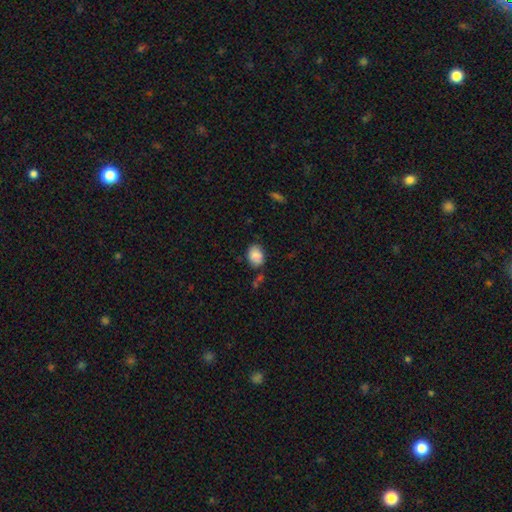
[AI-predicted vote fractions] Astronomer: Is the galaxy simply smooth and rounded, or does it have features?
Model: smooth — 86%.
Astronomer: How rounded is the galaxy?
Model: in between — 69%.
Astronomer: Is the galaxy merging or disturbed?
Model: none — 74%.